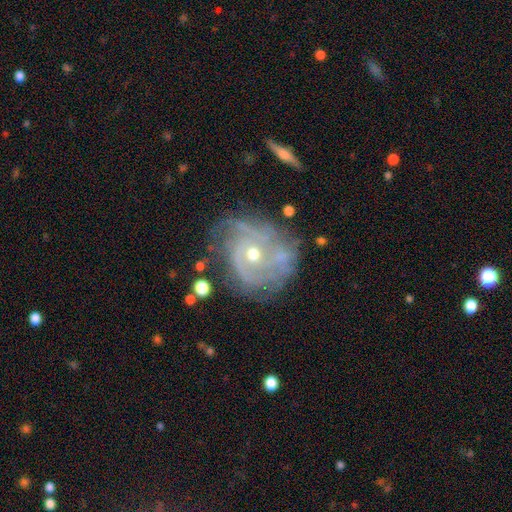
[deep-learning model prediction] The model was most divided on "spiral arm count": can't tell: 31%, 2: 26%, 3: 22%, 4: 9%, 1: 6%, more than 4: 6%. More confident: edge-on disk — no (97%); spiral arms — yes (93%); smooth or featured — featured or disk (83%); bar — no (70%); merging — none (65%); spiral winding — tight (64%); bulge size — small (53%).